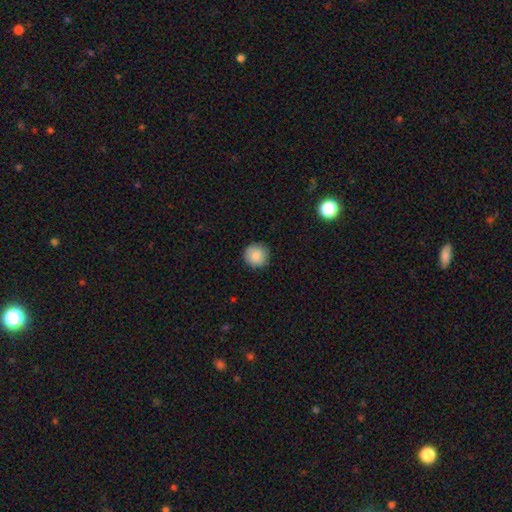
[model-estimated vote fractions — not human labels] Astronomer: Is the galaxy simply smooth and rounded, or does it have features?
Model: smooth — 87%.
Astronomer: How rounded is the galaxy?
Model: round — 95%.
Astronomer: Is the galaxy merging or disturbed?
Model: none — 89%.